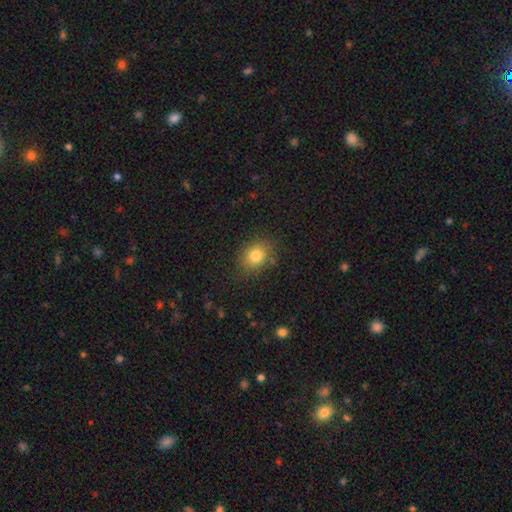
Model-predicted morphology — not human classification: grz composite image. It shows a smooth galaxy with no disk features (81%) that is round (52%). Merging: none (83%).